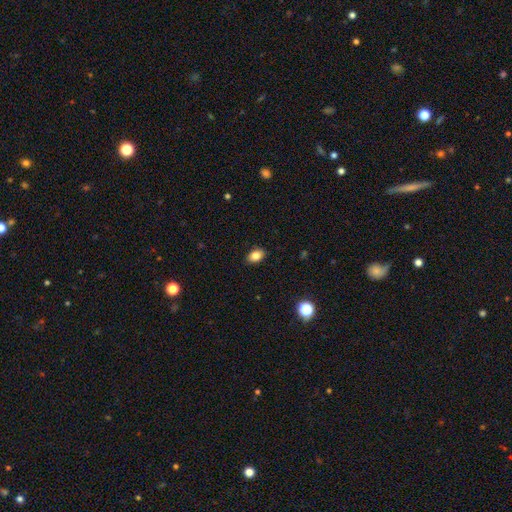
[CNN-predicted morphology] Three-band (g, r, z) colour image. It shows a smooth galaxy with no disk features (84%) that is in between round and cigar-shaped (82%). Merging: none (89%).